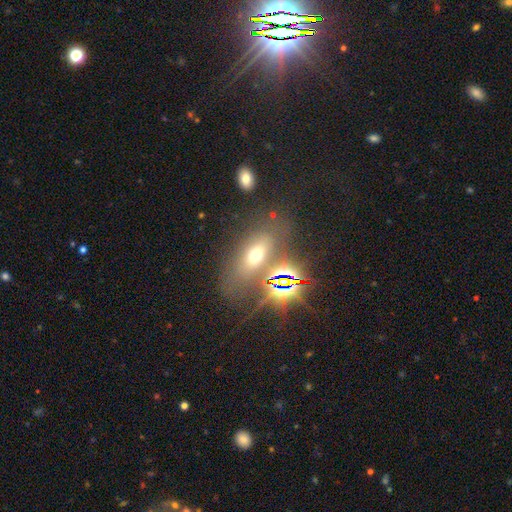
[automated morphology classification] A smooth galaxy with no disk features (54%) that is in between round and cigar-shaped (76%).

Vote fractions:
- Smooth or featured? smooth: 54% / star or artifact: 26% / featured or disk: 20%
- How rounded? in between: 76% / round: 14% / cigar-shaped: 10%
- Merging? none: 64% / minor disturbance: 15% / major disturbance: 11% / merger: 10%